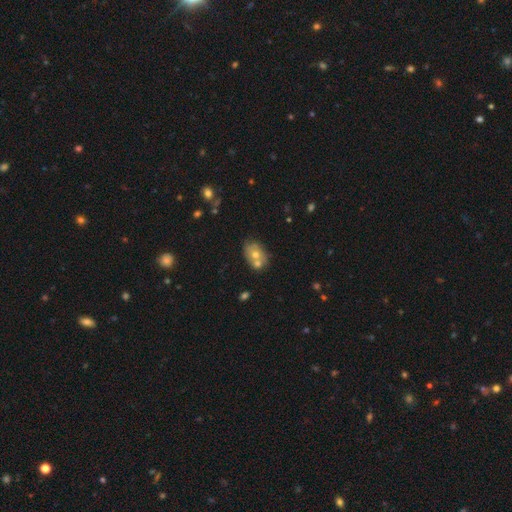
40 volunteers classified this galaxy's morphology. smooth-or-featured: smooth: 72% | featured or disk: 20% | star or artifact: 8%
  how-rounded: in between: 69% | round: 31% | cigar-shaped: 0%
  merging: merger: 51% | none: 38% | minor disturbance: 8% | major disturbance: 3%